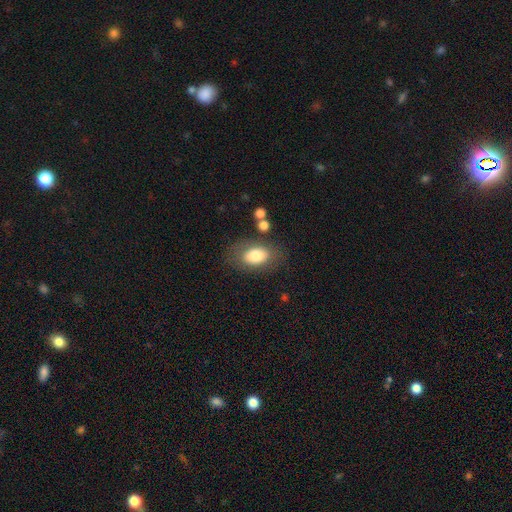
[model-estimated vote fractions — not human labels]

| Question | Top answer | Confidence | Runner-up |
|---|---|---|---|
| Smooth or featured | smooth | 77% | featured or disk (15%) |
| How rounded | in between | 89% | round (9%) |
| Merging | none | 75% | minor disturbance (14%) |